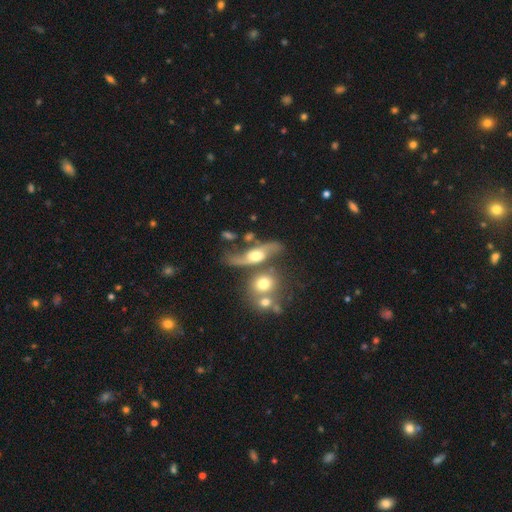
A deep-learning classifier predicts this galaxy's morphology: Overall: featured or disk (71%). Edge-on disk: no (80%). Bar: no (60%; weak 30%). Spiral arms: yes (86%). Bulge size: moderate (58%; large 25%). Merging: none (47%; merger 23%).